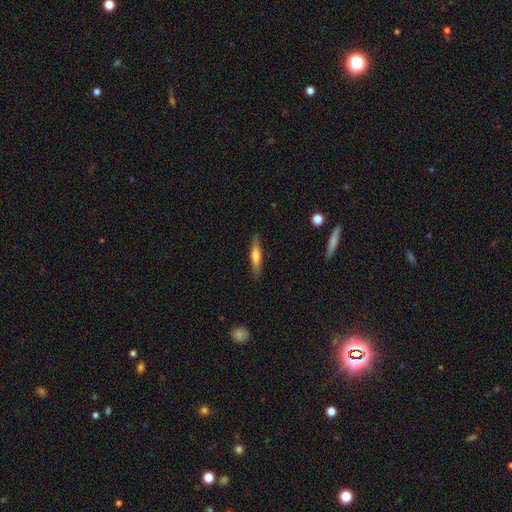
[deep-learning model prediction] Morphology: type=smooth (52%); roundness=cigar-shaped (85%); merging=none (88%).